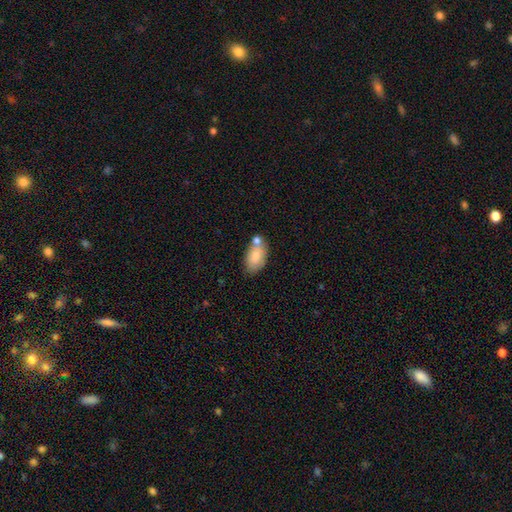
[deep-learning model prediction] Q: Smooth or featured?
A: smooth (80%); runner-up: featured or disk (13%)
Q: How rounded?
A: in between (93%); runner-up: round (6%)
Q: Merging?
A: none (56%); runner-up: merger (22%)